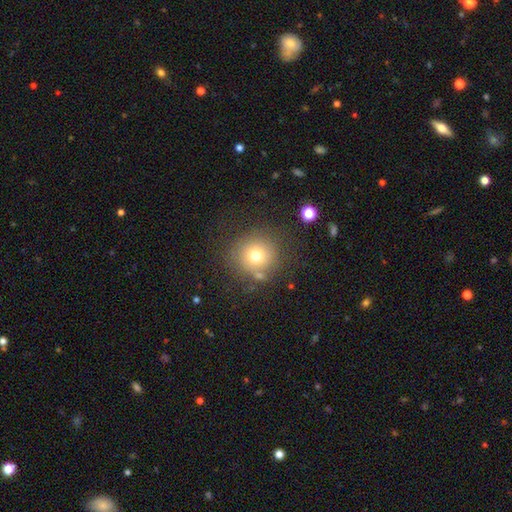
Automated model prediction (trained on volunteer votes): A smooth galaxy with no disk features (73%) that is round (92%). Merging: none (75%).